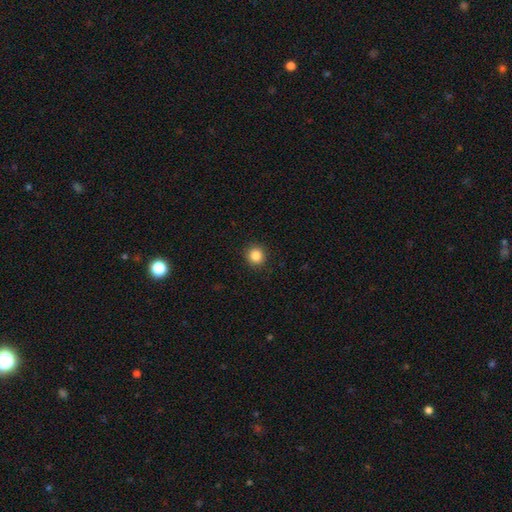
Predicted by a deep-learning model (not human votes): smooth-or-featured: smooth: 86% | star or artifact: 10% | featured or disk: 4%
  how-rounded: round: 92% | in between: 7% | cigar-shaped: 1%
  merging: none: 92% | minor disturbance: 6% | major disturbance: 2% | merger: 1%